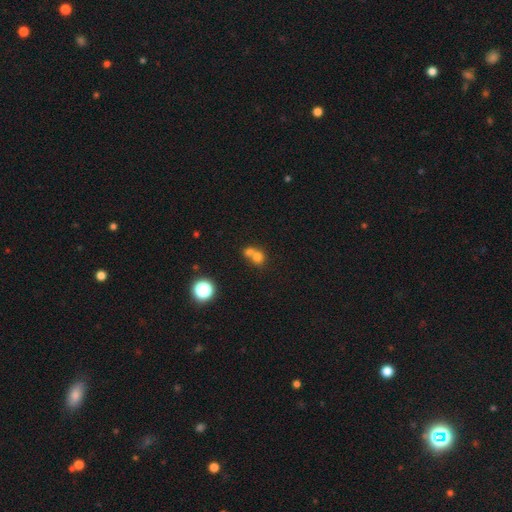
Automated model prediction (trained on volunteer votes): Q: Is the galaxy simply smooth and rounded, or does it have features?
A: smooth — 72%.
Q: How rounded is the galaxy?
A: round — 79%.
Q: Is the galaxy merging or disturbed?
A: merger — 60%.